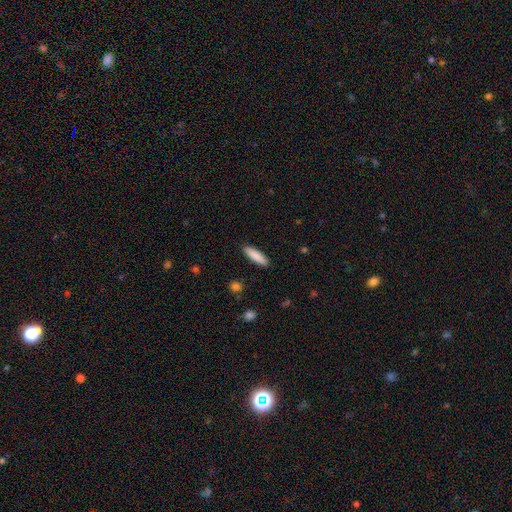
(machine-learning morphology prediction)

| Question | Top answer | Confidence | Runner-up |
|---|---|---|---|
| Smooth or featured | smooth | 87% | featured or disk (7%) |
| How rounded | cigar-shaped | 69% | in between (30%) |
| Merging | none | 90% | minor disturbance (7%) |